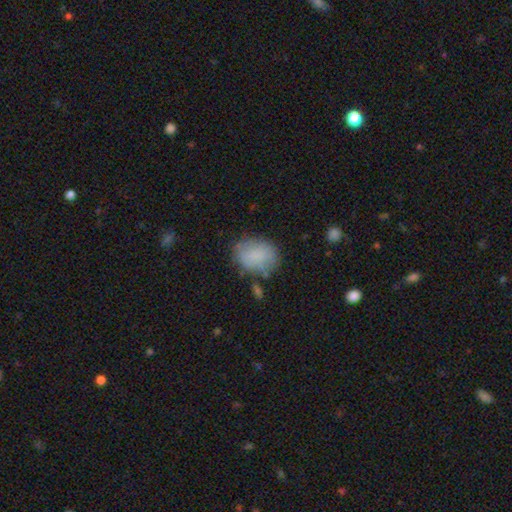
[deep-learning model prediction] A smooth galaxy with no disk features (80%) that is in between round and cigar-shaped (65%).

Vote fractions:
- Smooth or featured? smooth: 80% / featured or disk: 12% / star or artifact: 8%
- How rounded? in between: 65% / round: 34% / cigar-shaped: 1%
- Merging? none: 69% / minor disturbance: 21% / major disturbance: 6% / merger: 4%